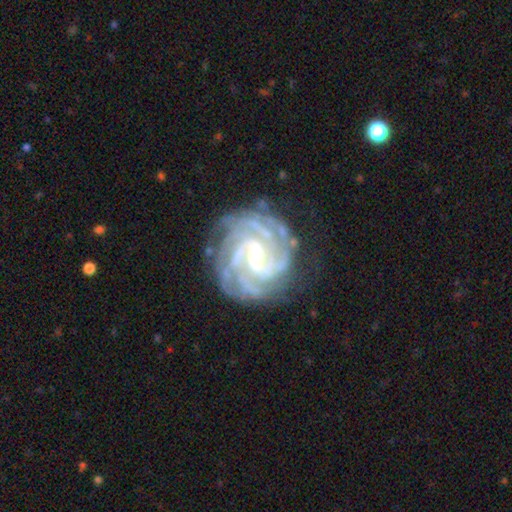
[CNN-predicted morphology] A featured or disk galaxy (92%) with a weak bar (49%), 4 (33%) tight (72%) spiral arms (98%) and a small central bulge (54%).

Vote fractions:
- Smooth or featured? featured or disk: 92% / star or artifact: 5% / smooth: 3%
- Edge-on disk? no: 98% / yes: 2%
- Bar? weak: 49% / strong: 29% / no: 22%
- Spiral arms? yes: 98% / no: 2%
- Spiral winding? tight: 72% / medium: 25% / loose: 3%
- Spiral arm count? 4: 33% / 3: 23% / can't tell: 15% / 2: 12% / more than 4: 10% / 1: 6%
- Bulge size? small: 54% / moderate: 41% / large: 2% / none: 2% / dominant: 1%
- Merging? none: 78% / minor disturbance: 15% / major disturbance: 5% / merger: 1%